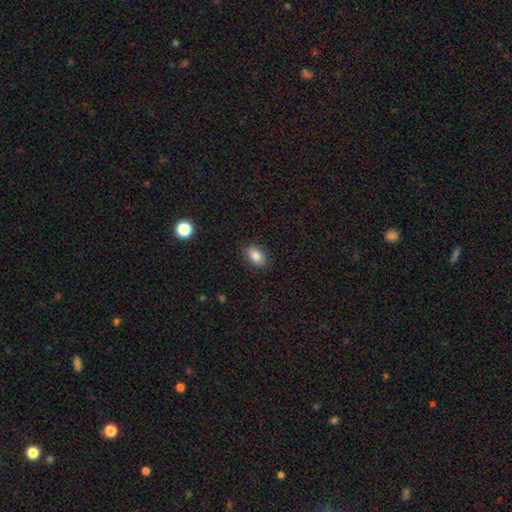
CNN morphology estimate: smooth_or_featured: smooth (p=0.83) [alt: star or artifact p=0.08]
how_rounded: in between (p=0.87) [alt: round p=0.11]
merging: none (p=0.87) [alt: minor disturbance p=0.09]